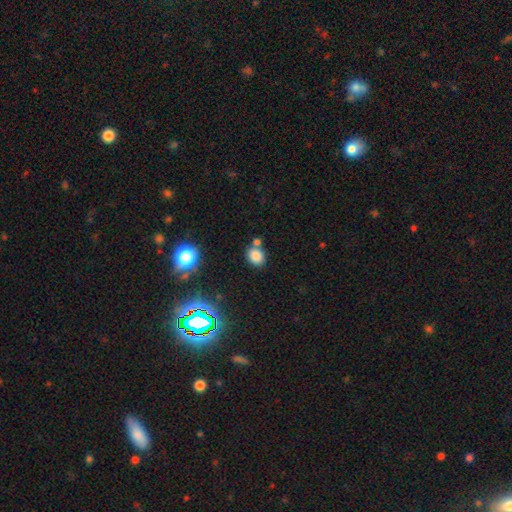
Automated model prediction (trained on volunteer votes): Q: Smooth or featured?
A: smooth (79%); runner-up: star or artifact (15%)
Q: How rounded?
A: round (56%); runner-up: in between (43%)
Q: Merging?
A: none (64%); runner-up: merger (21%)